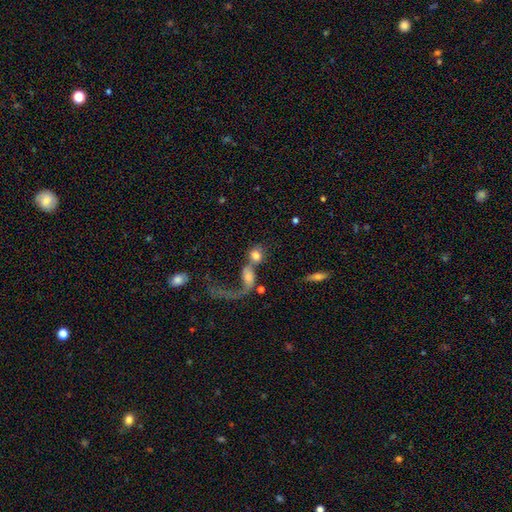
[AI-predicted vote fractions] Smooth or featured? Predicted: smooth (p=0.64). How rounded? Predicted: round (p=0.65). Merging? Predicted: merger (p=0.61).